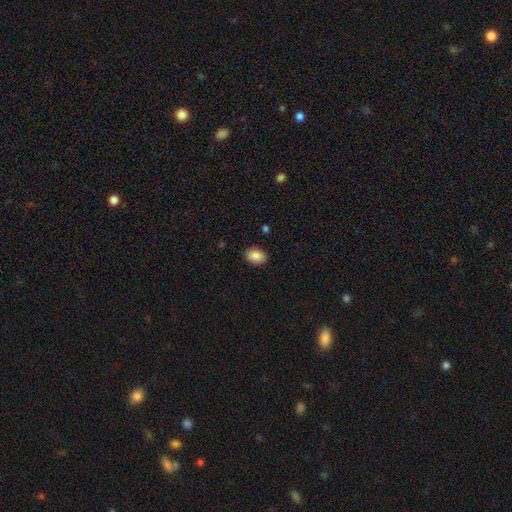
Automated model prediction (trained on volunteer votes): smooth-or-featured: smooth: 88% | star or artifact: 8% | featured or disk: 5%
  how-rounded: in between: 72% | round: 27% | cigar-shaped: 1%
  merging: none: 89% | minor disturbance: 8% | major disturbance: 2% | merger: 1%